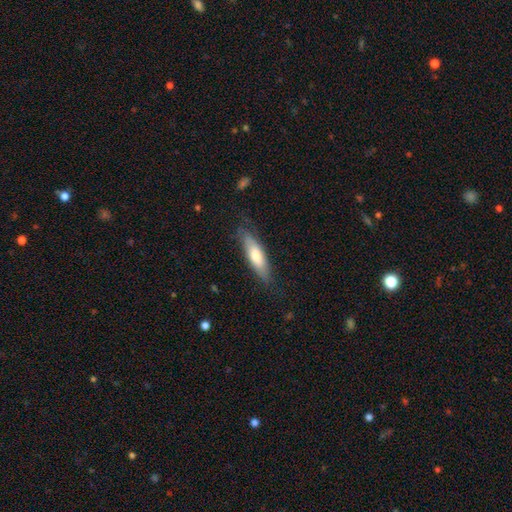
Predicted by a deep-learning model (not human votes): smooth 67%, featured or disk 27%, star or artifact 6%. Down the decision tree: how rounded — cigar-shaped (56%); merging — none (77%).